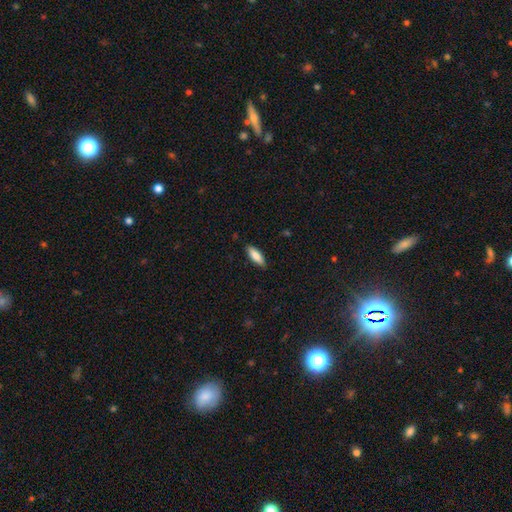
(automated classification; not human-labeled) A smooth galaxy with no disk features (85%) that is in between round and cigar-shaped (59%).

Vote fractions:
- Smooth or featured? smooth: 85% / featured or disk: 9% / star or artifact: 6%
- How rounded? in between: 59% / cigar-shaped: 39% / round: 2%
- Merging? none: 88% / minor disturbance: 9% / major disturbance: 2% / merger: 1%